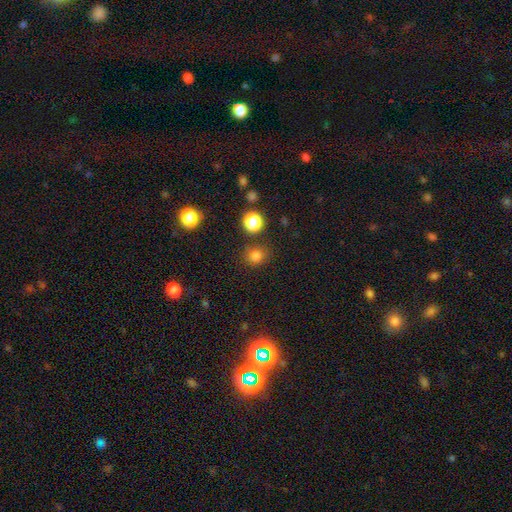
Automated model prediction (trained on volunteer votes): Smooth or featured: smooth — 78% (star or artifact — 17%)
How rounded: round — 83% (in between — 16%)
Merging: none — 82% (minor disturbance — 10%)